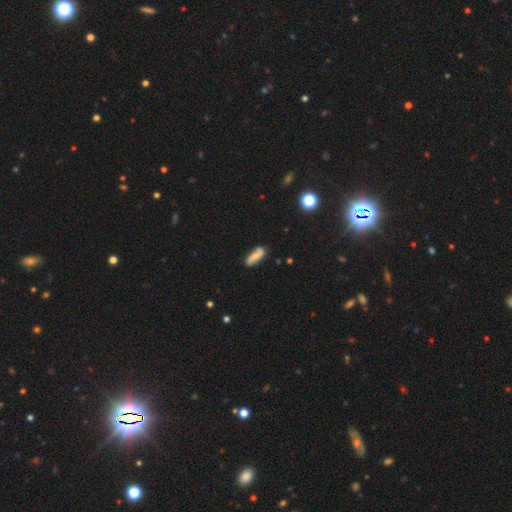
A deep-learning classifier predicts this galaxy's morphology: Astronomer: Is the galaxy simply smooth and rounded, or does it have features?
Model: smooth — 59%.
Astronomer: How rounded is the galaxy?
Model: in between — 60% (runner-up: cigar-shaped, 37%).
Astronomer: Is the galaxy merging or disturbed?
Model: none — 75%.